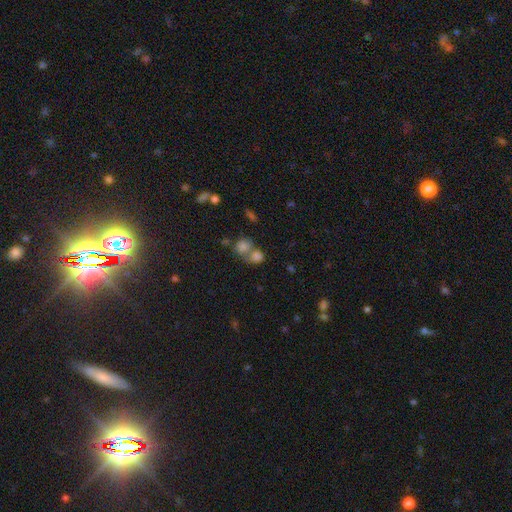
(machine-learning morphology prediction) Smooth or featured? Predicted: smooth (p=0.77). How rounded? Predicted: round (p=0.74). Merging? Predicted: merger (p=0.50).